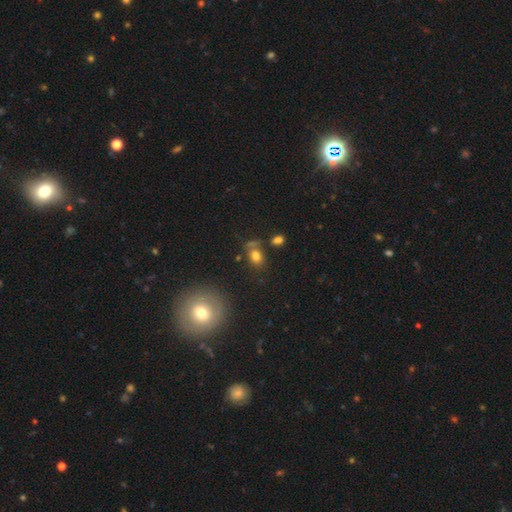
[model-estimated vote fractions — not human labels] A smooth galaxy with no disk features (76%) that is in between round and cigar-shaped (65%). Merging: none (60%).